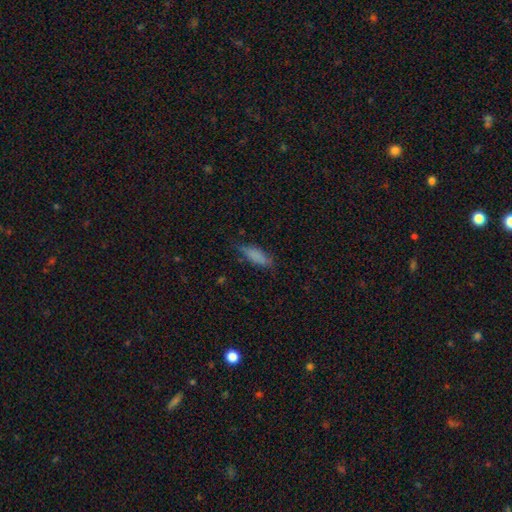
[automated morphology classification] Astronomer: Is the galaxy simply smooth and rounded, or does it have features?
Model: smooth — 80%.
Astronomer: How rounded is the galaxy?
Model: in between — 58% (runner-up: cigar-shaped, 40%).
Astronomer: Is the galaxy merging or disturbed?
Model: none — 66%.